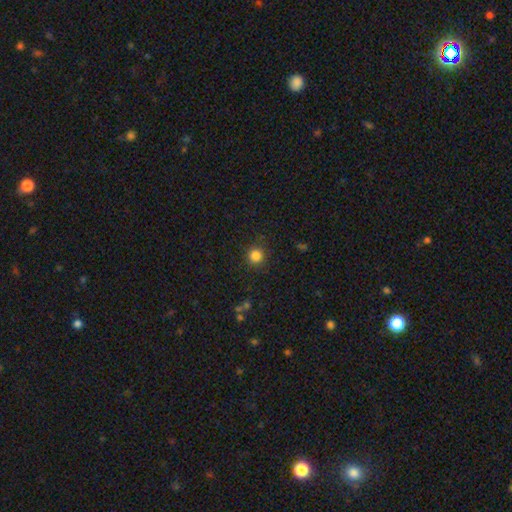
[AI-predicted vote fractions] This appears to be a smooth galaxy with no disk features (84%) that is round (94%). Merging: none (90%).